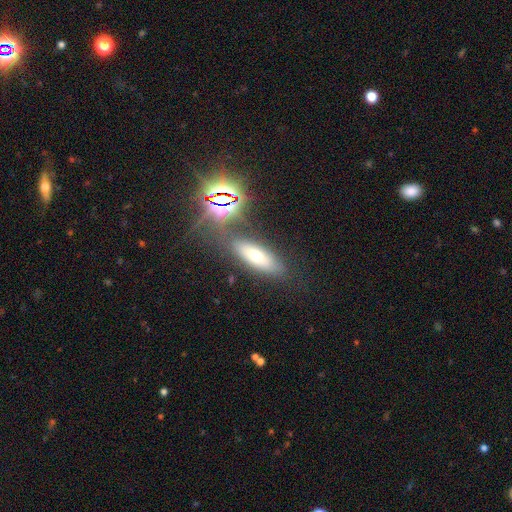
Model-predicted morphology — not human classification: The model was most divided on "smooth or featured": smooth: 47%, featured or disk: 27%, star or artifact: 26%. More confident: merging — none (75%).